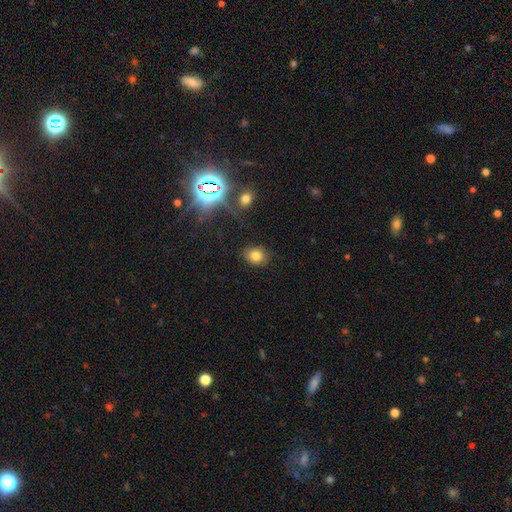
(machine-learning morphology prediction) The model was most divided on "how rounded": round: 54%, in between: 45%, cigar-shaped: 1%. More confident: merging — none (84%); smooth or featured — smooth (78%).